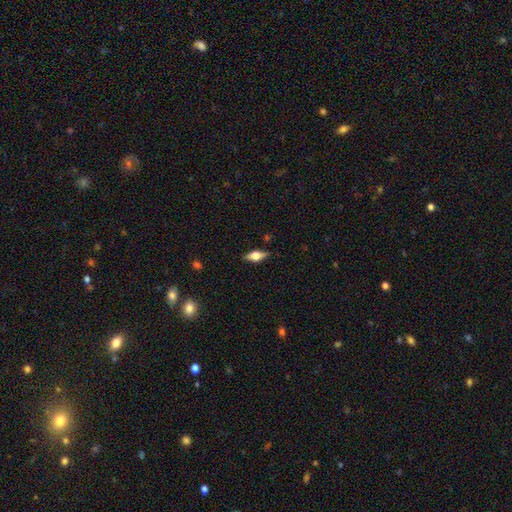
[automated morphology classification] type=featured or disk (54%); edge-on=yes (92%); merging=none (86%).